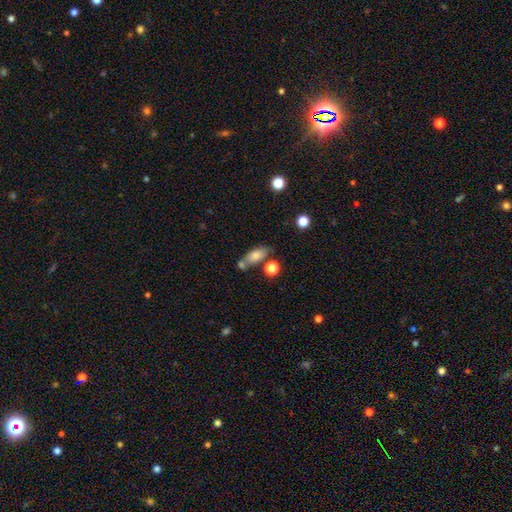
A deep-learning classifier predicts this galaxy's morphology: smooth 74%, featured or disk 18%, star or artifact 8%. Down the decision tree: how rounded — in between (79%); merging — none (53%).